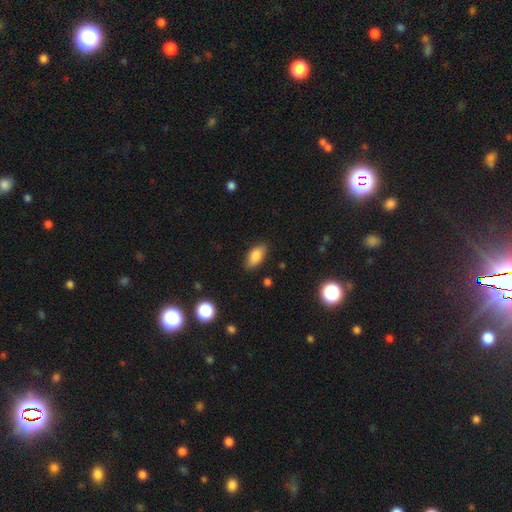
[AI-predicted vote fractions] Morphology: type=smooth (86%); roundness=in between (90%); merging=none (85%).